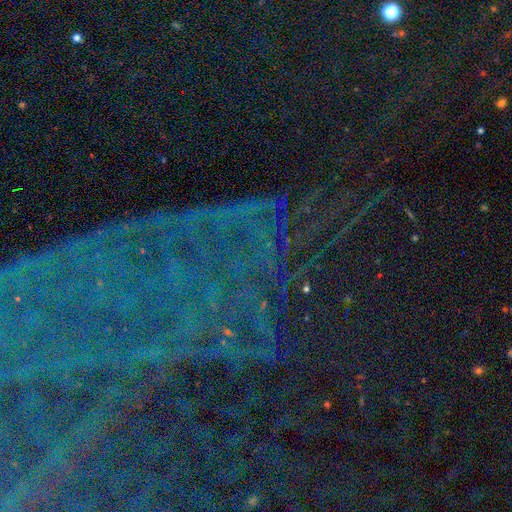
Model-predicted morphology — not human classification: Smooth or featured? Predicted: star or artifact (p=0.86).